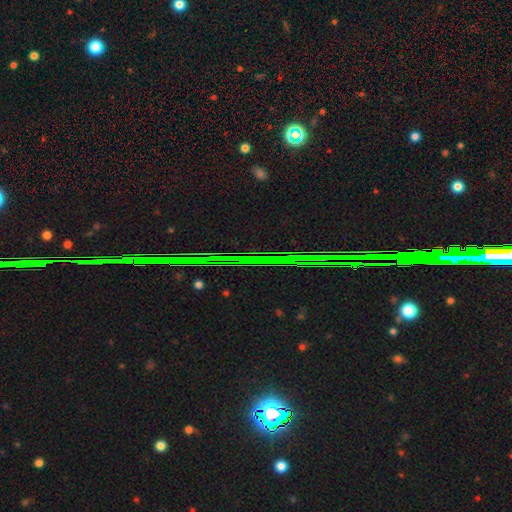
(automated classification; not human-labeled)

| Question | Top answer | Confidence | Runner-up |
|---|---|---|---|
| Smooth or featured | star or artifact | 81% | featured or disk (10%) |